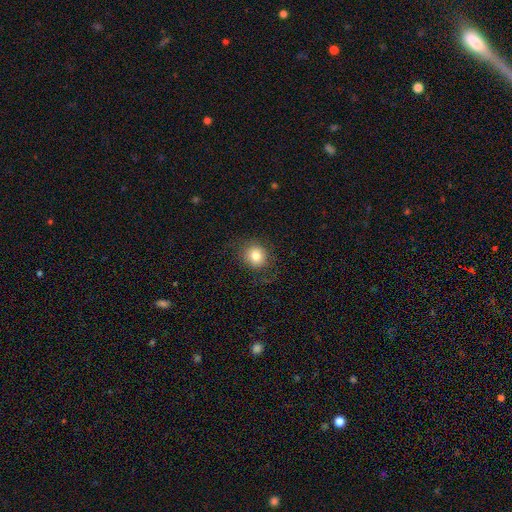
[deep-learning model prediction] Q: Smooth or featured?
A: smooth (80%); runner-up: star or artifact (11%)
Q: How rounded?
A: round (84%); runner-up: in between (15%)
Q: Merging?
A: none (81%); runner-up: minor disturbance (12%)